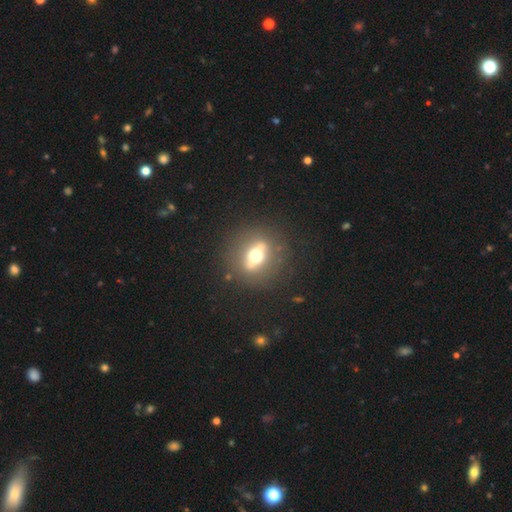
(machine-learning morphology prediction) Smooth or featured?
  - featured or disk: 56% *
  - smooth: 33%
  - star or artifact: 11%
Edge-on disk?
  - yes: 52% *
  - no: 48%
Merging?
  - none: 83% *
  - minor disturbance: 10%
  - major disturbance: 5%
  - merger: 2%